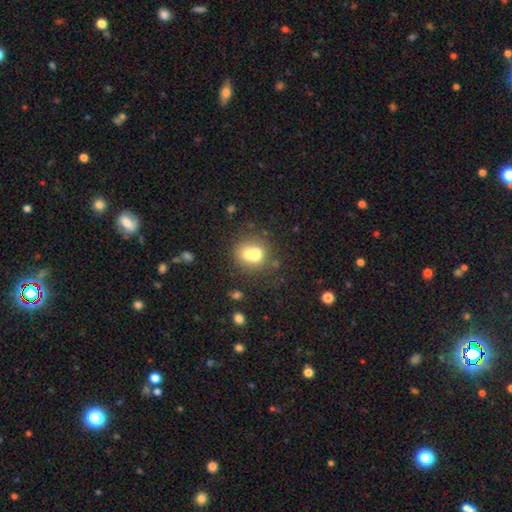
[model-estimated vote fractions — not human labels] Overall: smooth (64%; featured or disk 24%). How rounded: round (78%). Merging: merger (54%; none 34%).